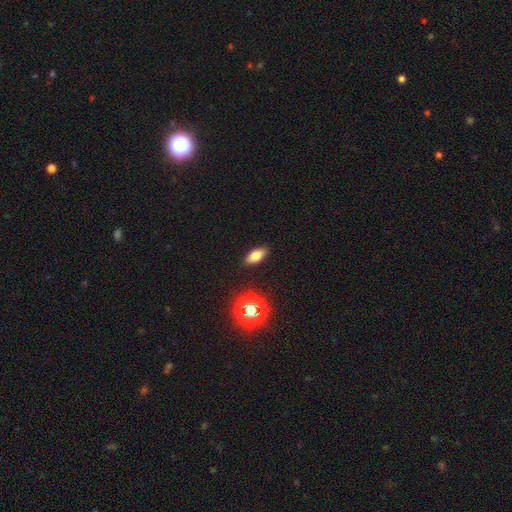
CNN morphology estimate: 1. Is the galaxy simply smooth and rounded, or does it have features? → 72% smooth, 15% star or artifact, 13% featured or disk.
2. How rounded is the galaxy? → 82% in between, 13% cigar-shaped, 5% round.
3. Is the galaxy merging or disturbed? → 88% none, 8% minor disturbance, 2% major disturbance, 1% merger.